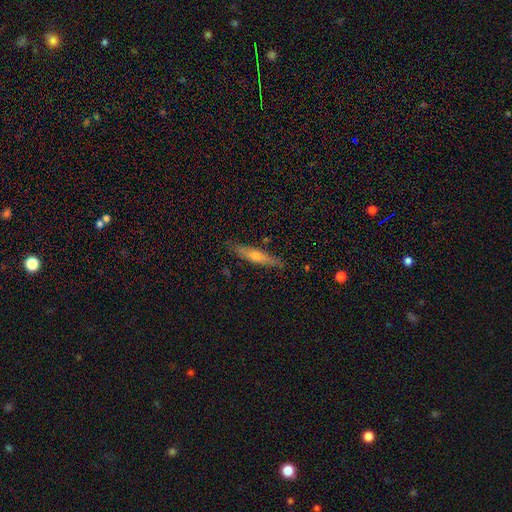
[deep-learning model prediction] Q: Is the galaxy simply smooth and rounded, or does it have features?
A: featured or disk — 49%.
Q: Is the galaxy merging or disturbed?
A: none — 85%.